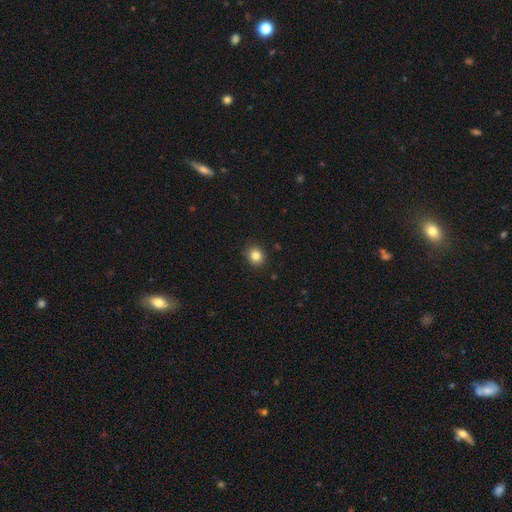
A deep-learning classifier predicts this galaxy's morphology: type=smooth (83%); roundness=round (76%); merging=none (90%).